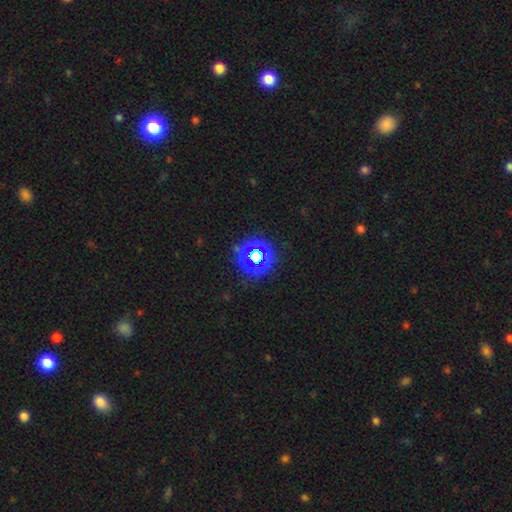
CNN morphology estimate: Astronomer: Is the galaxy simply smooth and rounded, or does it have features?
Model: star or artifact — 69%.